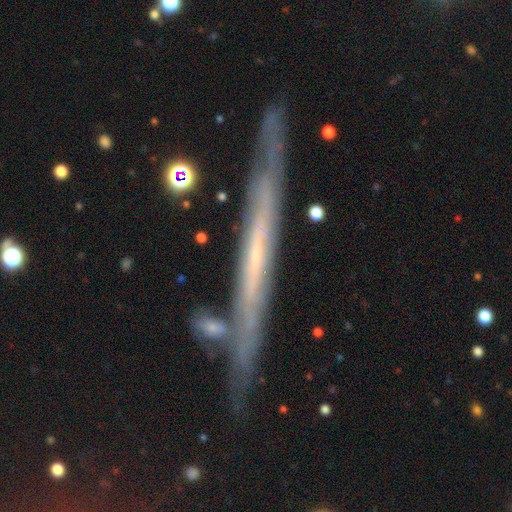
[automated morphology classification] type=featured or disk (73%); edge-on=yes (90%); edge-on bulge=none (80%); merging=none (76%).